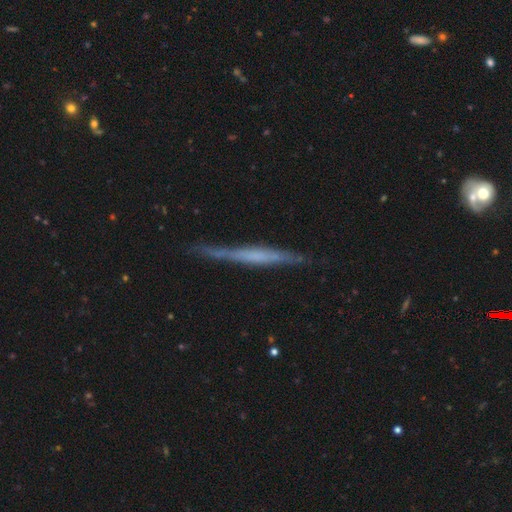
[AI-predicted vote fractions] Smooth or featured? featured or disk (66%)
Edge-on disk? yes (96%)
Edge-on bulge? none (61%)
Merging? none (80%)